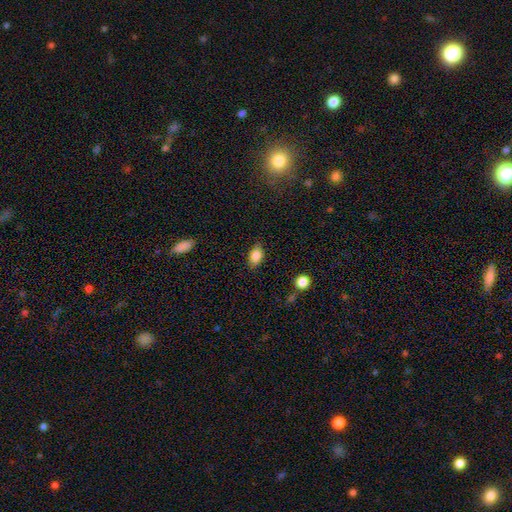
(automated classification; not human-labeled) Q: Smooth or featured?
A: smooth (85%); runner-up: star or artifact (9%)
Q: How rounded?
A: in between (85%); runner-up: round (13%)
Q: Merging?
A: none (79%); runner-up: minor disturbance (16%)